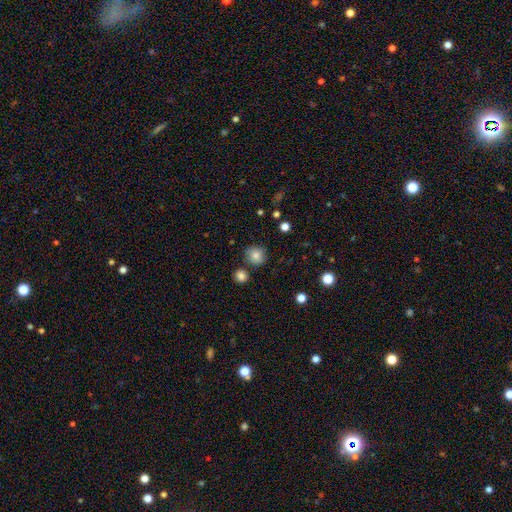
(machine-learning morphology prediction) A smooth galaxy with no disk features (84%) that is round (88%).

Vote fractions:
- Smooth or featured? smooth: 84% / star or artifact: 10% / featured or disk: 6%
- How rounded? round: 88% / in between: 11% / cigar-shaped: 1%
- Merging? none: 80% / minor disturbance: 11% / merger: 6% / major disturbance: 3%